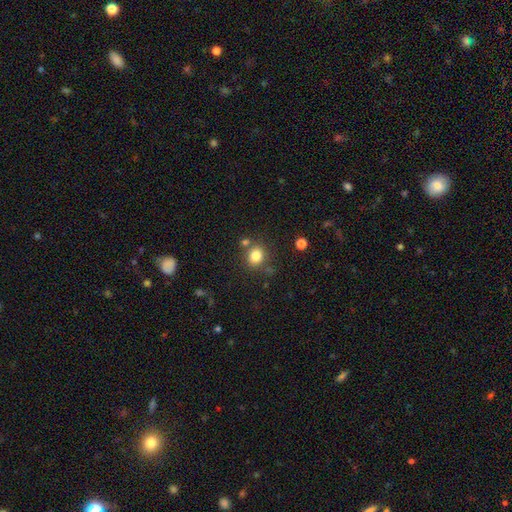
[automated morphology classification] Smooth or featured? Predicted: smooth (p=0.81). How rounded? Predicted: round (p=0.75). Merging? Predicted: none (p=0.75).